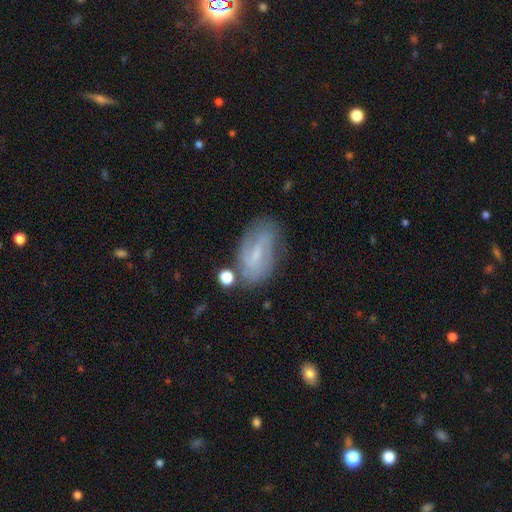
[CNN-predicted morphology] A featured or disk galaxy (66%) with a weak bar (53%), 2 (55%) medium (40%) spiral arms (84%) and a small central bulge (56%). Merging: none (67%).